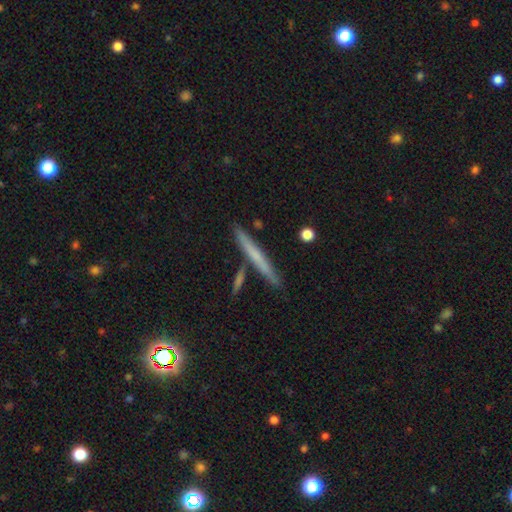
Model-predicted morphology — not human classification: The model was most divided on "smooth or featured": smooth: 49%, featured or disk: 43%, star or artifact: 7%. More confident: merging — none (85%).